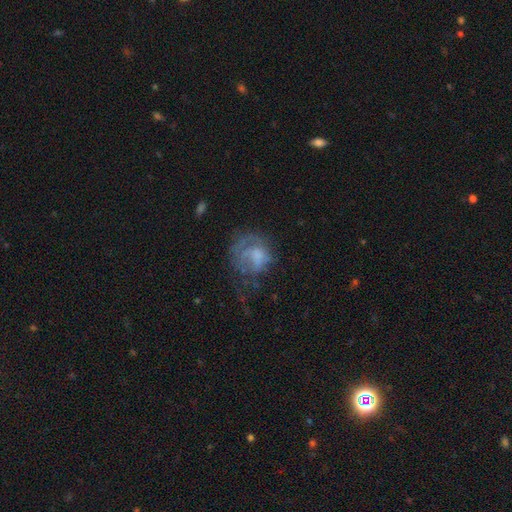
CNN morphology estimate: smooth_or_featured: featured or disk (p=0.45) [alt: smooth p=0.43]
merging: major disturbance (p=0.39) [alt: none p=0.36]